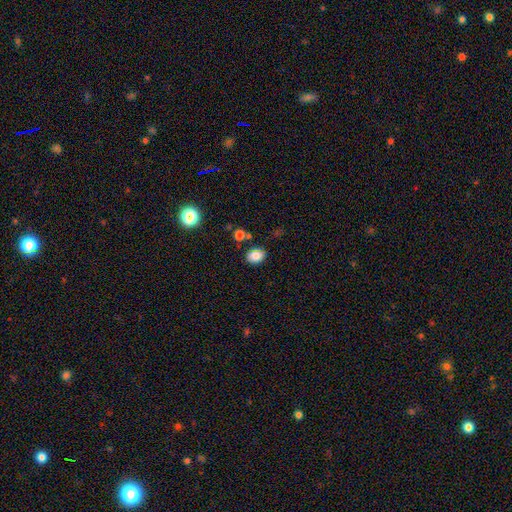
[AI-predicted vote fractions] Smooth or featured? Predicted: smooth (p=0.82). How rounded? Predicted: in between (p=0.62). Merging? Predicted: none (p=0.80).